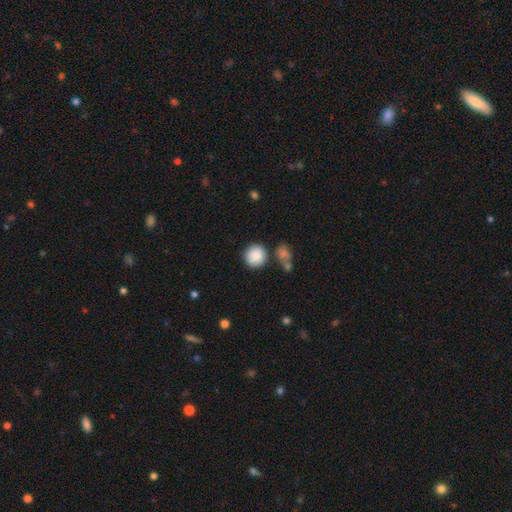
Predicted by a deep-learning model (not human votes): This appears to be a smooth galaxy with no disk features (88%) that is round (92%). Merging: none (77%).